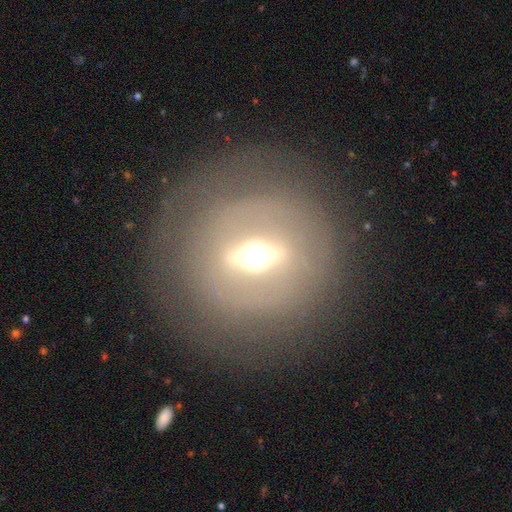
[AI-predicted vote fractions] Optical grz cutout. It shows a featured or disk galaxy (72%) with a strong bar (66%), no spiral arms (80%) and a moderate central bulge (64%). Merging: none (76%).